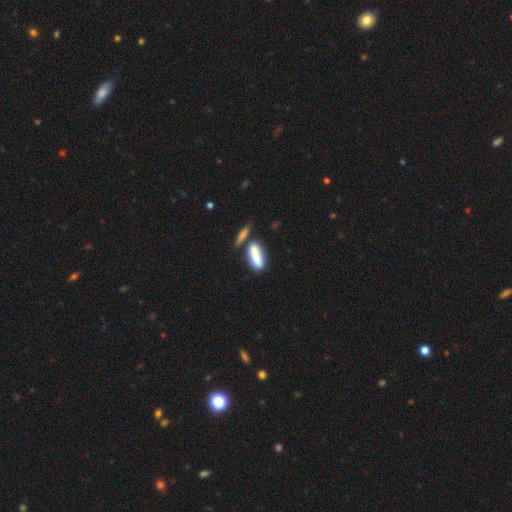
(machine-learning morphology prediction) smooth_or_featured: smooth (p=0.76) [alt: featured or disk p=0.16]
how_rounded: in between (p=0.54) [alt: cigar-shaped p=0.43]
merging: none (p=0.41) [alt: merger p=0.39]